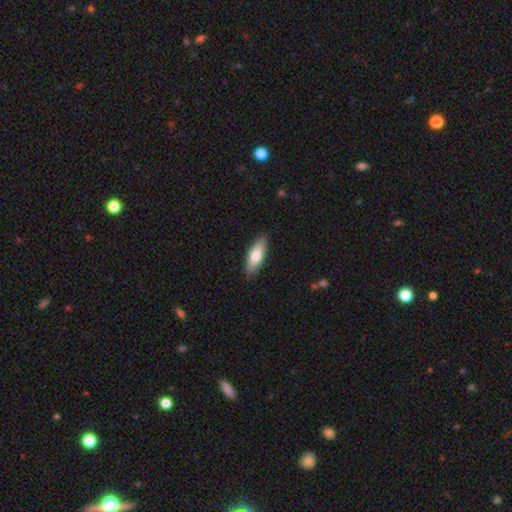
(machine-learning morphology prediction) Q: Smooth or featured?
A: smooth (73%); runner-up: featured or disk (22%)
Q: How rounded?
A: in between (66%); runner-up: cigar-shaped (32%)
Q: Merging?
A: none (87%); runner-up: minor disturbance (10%)